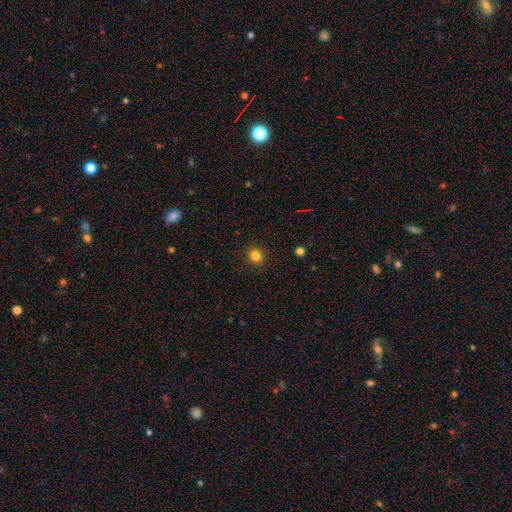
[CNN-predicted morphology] Overall: smooth (83%). How rounded: round (84%). Merging: none (91%).